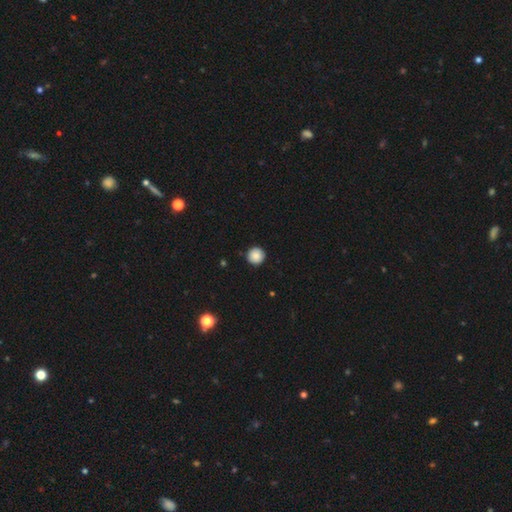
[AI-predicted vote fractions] Morphology: type=smooth (87%); roundness=round (96%); merging=none (92%).